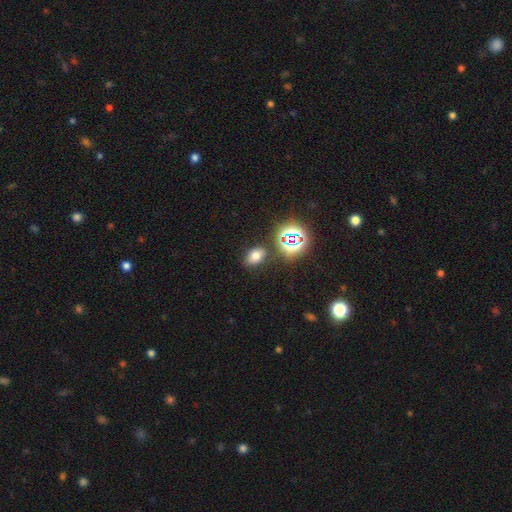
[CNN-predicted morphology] smooth 64%, star or artifact 26%, featured or disk 10%. Down the decision tree: how rounded — in between (79%); merging — none (82%).